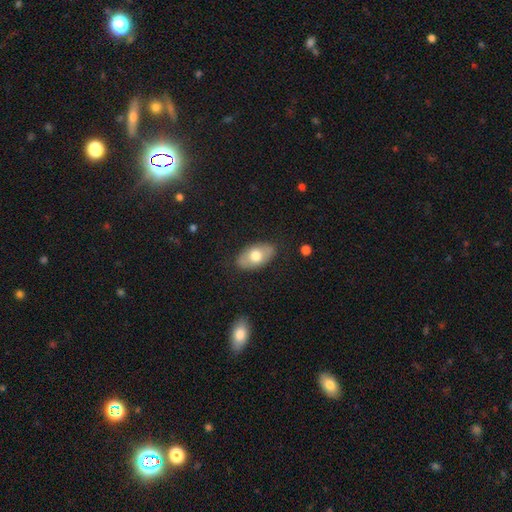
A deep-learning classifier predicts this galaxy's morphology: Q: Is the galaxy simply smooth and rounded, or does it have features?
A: smooth — 66%.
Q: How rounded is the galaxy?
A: in between — 93%.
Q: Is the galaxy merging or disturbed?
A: none — 83%.